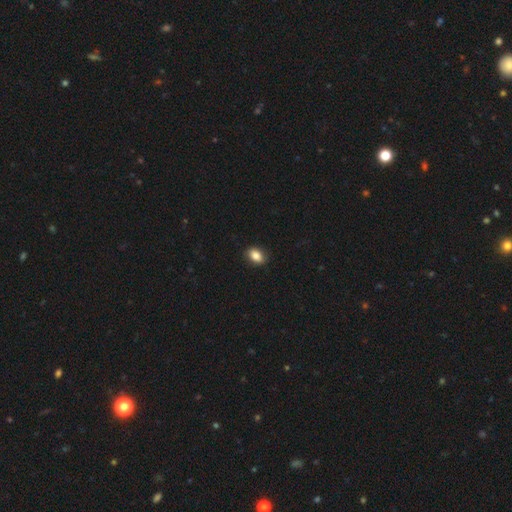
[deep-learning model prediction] This appears to be a smooth galaxy with no disk features (86%) that is in between round and cigar-shaped (79%). Merging: none (88%).